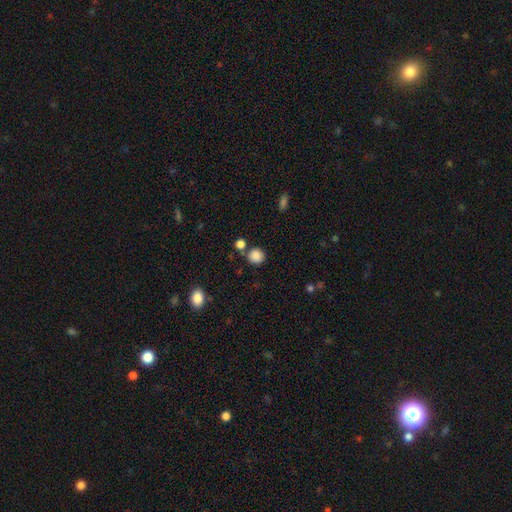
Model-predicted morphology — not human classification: A smooth galaxy with no disk features (86%) that is round (88%).

Vote fractions:
- Smooth or featured? smooth: 86% / star or artifact: 10% / featured or disk: 4%
- How rounded? round: 88% / in between: 11% / cigar-shaped: 1%
- Merging? none: 75% / merger: 12% / minor disturbance: 10% / major disturbance: 3%